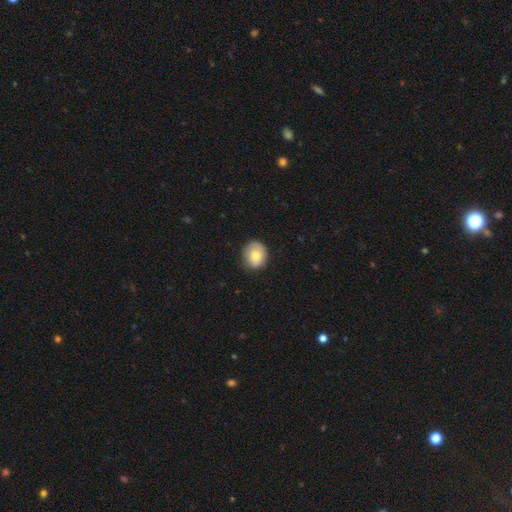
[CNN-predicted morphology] Overall: smooth (80%). How rounded: round (67%; in between 32%). Merging: none (80%).